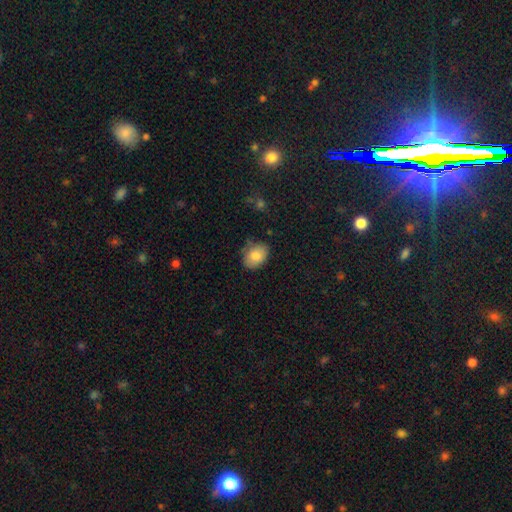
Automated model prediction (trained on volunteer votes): Smooth or featured: smooth — 81% (featured or disk — 11%)
How rounded: in between — 70% (round — 29%)
Merging: none — 70% (minor disturbance — 23%)